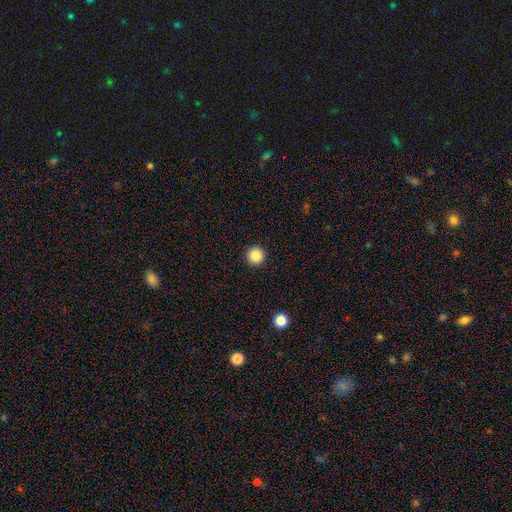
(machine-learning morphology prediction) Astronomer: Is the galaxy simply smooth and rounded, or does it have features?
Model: smooth — 86%.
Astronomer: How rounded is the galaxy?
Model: round — 97%.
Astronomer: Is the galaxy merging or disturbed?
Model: none — 93%.